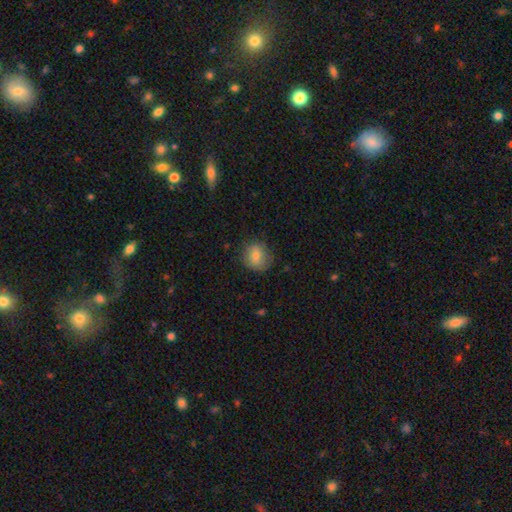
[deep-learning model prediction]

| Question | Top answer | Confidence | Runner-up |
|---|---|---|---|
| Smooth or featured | smooth | 77% | featured or disk (13%) |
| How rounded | round | 80% | in between (19%) |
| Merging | none | 76% | minor disturbance (19%) |